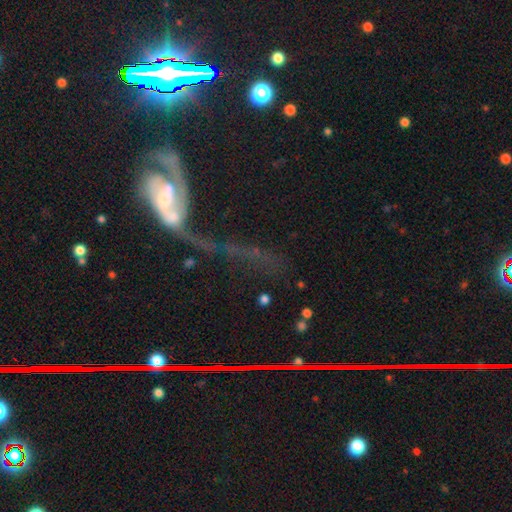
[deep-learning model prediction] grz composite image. It shows a featured or disk galaxy (66%) with no bar (45%), spiral arms (77%) and a small central bulge (43%). Merging: major disturbance (33%).